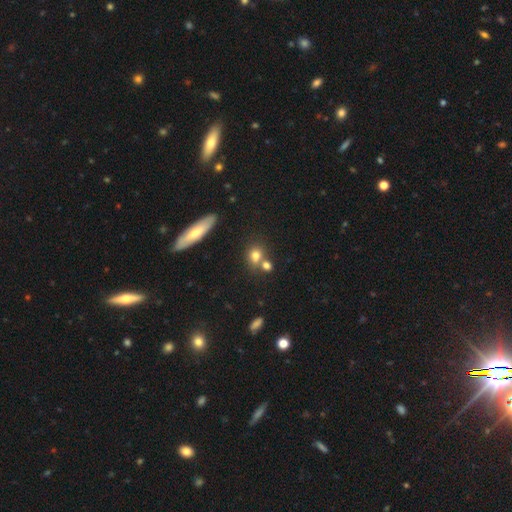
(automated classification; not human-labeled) smooth-or-featured: smooth: 74% | star or artifact: 13% | featured or disk: 13%
  how-rounded: round: 63% | in between: 33% | cigar-shaped: 3%
  merging: none: 50% | merger: 36% | minor disturbance: 10% | major disturbance: 4%